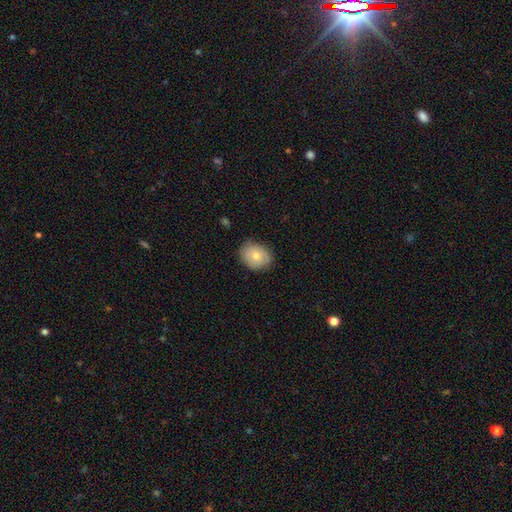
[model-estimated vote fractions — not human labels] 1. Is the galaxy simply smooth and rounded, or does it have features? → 77% smooth, 16% featured or disk, 7% star or artifact.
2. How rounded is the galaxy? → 50% round, 49% in between, 1% cigar-shaped.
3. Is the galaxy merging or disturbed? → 79% none, 17% minor disturbance, 3% major disturbance, 1% merger.